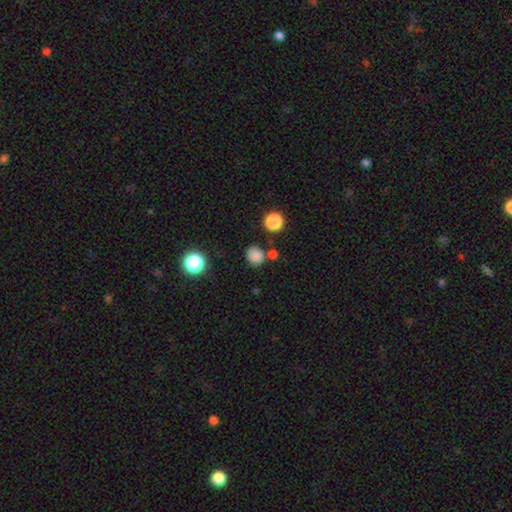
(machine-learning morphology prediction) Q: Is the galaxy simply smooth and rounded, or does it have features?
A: smooth — 81%.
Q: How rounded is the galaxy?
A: round — 84%.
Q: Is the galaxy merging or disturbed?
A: none — 74%.